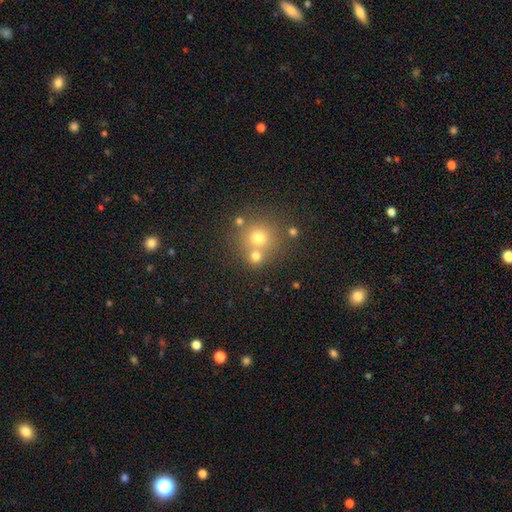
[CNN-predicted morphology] Smooth or featured? Predicted: smooth (p=0.70). How rounded? Predicted: round (p=0.89). Merging? Predicted: none (p=0.57).